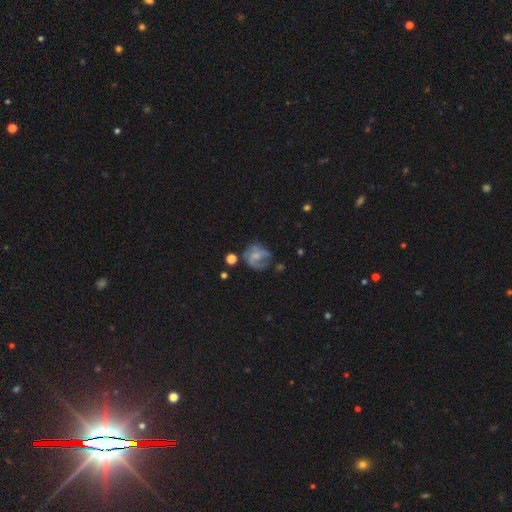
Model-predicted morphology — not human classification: A featured or disk galaxy (51%). Merging: none (47%).